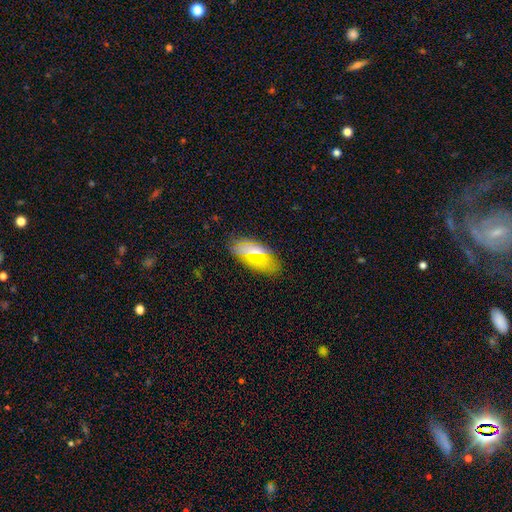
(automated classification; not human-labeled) This is likely a smooth galaxy (65%). How rounded: clearly in between (89%). Merging: clearly none (84%).